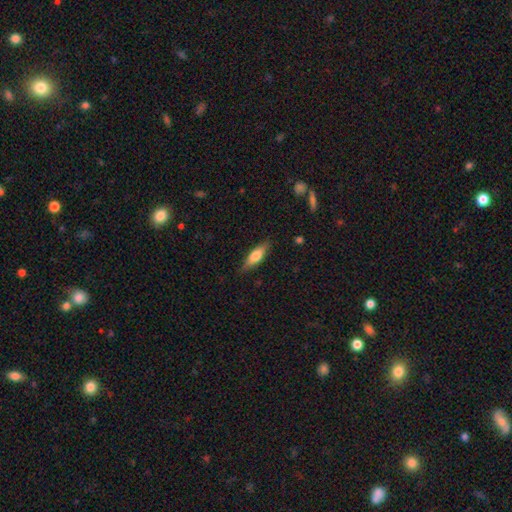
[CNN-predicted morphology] Overall: smooth (64%; featured or disk 30%). How rounded: cigar-shaped (52%; in between 45%). Merging: none (84%).